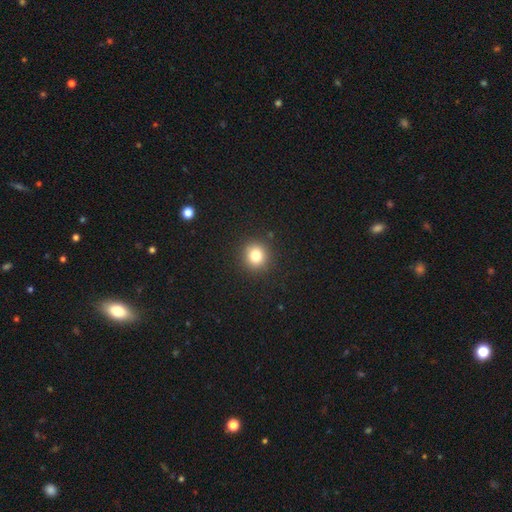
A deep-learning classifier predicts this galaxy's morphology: Smooth or featured? smooth (81%)
How rounded? round (92%)
Merging? none (91%)